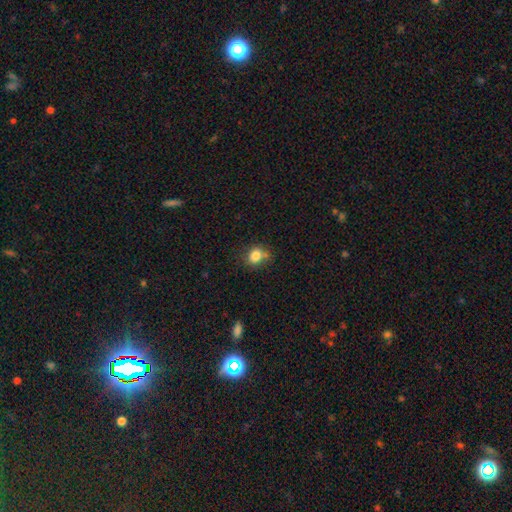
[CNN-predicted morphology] The model was most divided on "how rounded": round: 67%, in between: 32%, cigar-shaped: 1%. More confident: smooth or featured — smooth (82%); merging — none (64%).